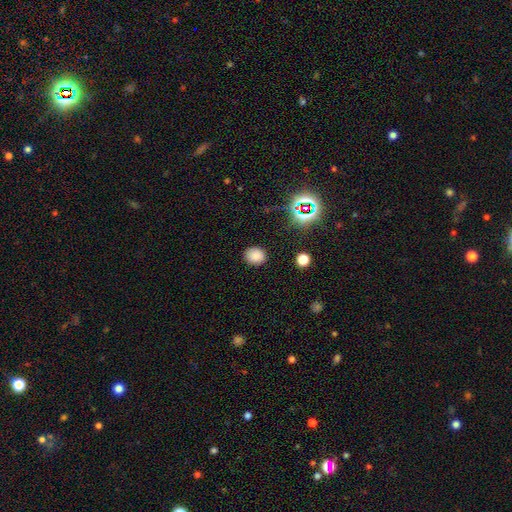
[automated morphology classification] Q: Smooth or featured?
A: smooth (81%); runner-up: star or artifact (14%)
Q: How rounded?
A: round (71%); runner-up: in between (28%)
Q: Merging?
A: none (88%); runner-up: minor disturbance (8%)